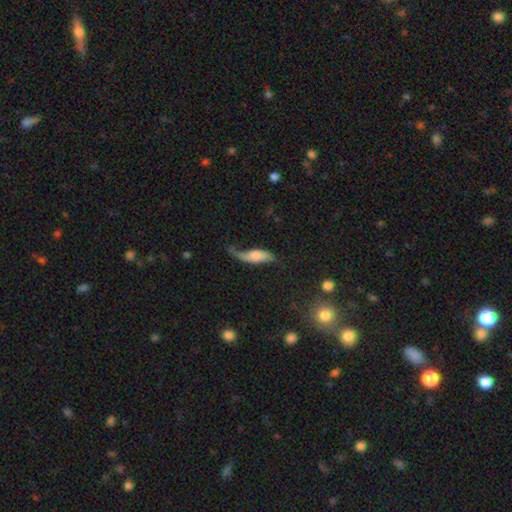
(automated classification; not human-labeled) smooth-or-featured: featured or disk: 54% | smooth: 39% | star or artifact: 8%
  disk-edge-on: no: 78% | yes: 22%
  merging: none: 38% | major disturbance: 30% | minor disturbance: 28% | merger: 5%